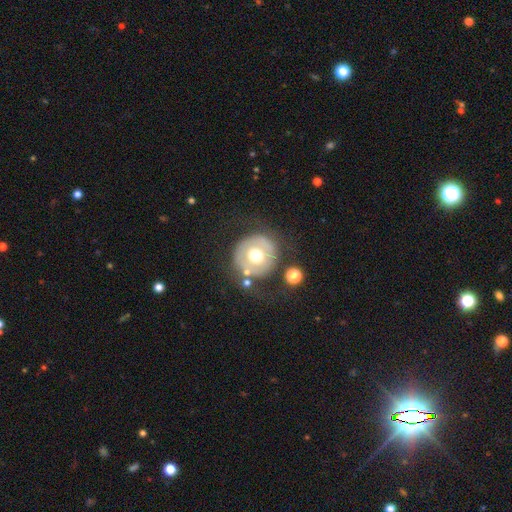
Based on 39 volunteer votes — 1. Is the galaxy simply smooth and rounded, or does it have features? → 59% featured or disk, 31% smooth, 10% star or artifact.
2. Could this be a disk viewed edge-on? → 96% no, 4% yes.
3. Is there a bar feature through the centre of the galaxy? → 86% no, 14% weak, 0% strong.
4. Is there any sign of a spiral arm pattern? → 64% no, 36% yes.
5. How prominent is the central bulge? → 64% large, 18% moderate, 9% small, 5% dominant, 5% none.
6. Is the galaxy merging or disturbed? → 74% none, 17% major disturbance, 6% minor disturbance, 3% merger.